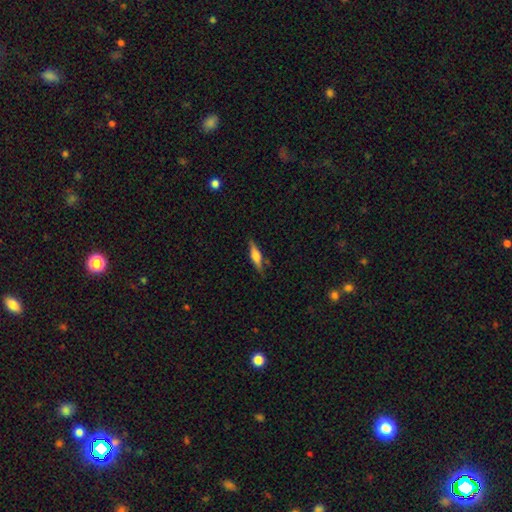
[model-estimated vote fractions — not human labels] smooth_or_featured: featured or disk (p=0.49) [alt: smooth p=0.44]
merging: none (p=0.81) [alt: minor disturbance p=0.14]